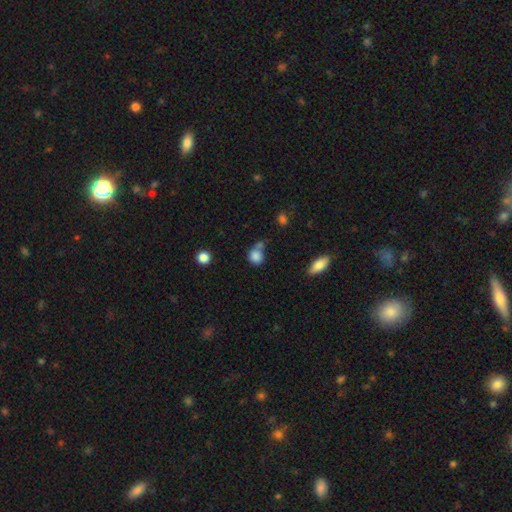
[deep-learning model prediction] The model was most divided on "merging": none: 48%, merger: 28%, minor disturbance: 17%, major disturbance: 7%. More confident: smooth or featured — smooth (83%); how rounded — round (73%).